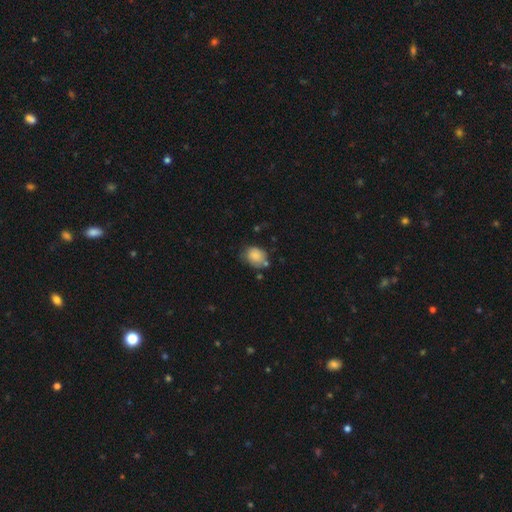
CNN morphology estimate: This appears to be a smooth galaxy with no disk features (84%) that is in between round and cigar-shaped (51%). Merging: none (60%).